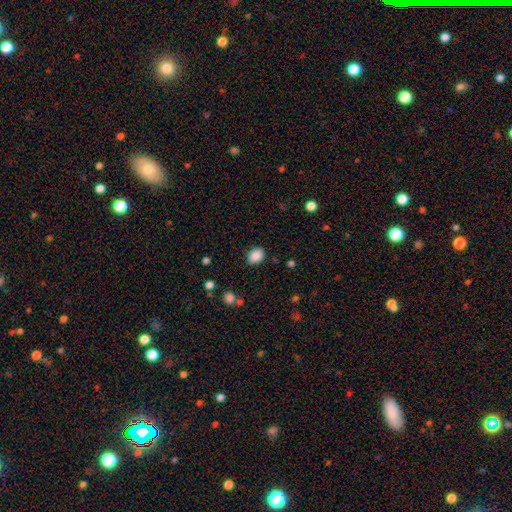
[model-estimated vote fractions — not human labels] A smooth galaxy with no disk features (88%) that is in between round and cigar-shaped (61%).

Vote fractions:
- Smooth or featured? smooth: 88% / star or artifact: 8% / featured or disk: 4%
- How rounded? in between: 61% / round: 38% / cigar-shaped: 1%
- Merging? none: 85% / minor disturbance: 10% / major disturbance: 3% / merger: 1%